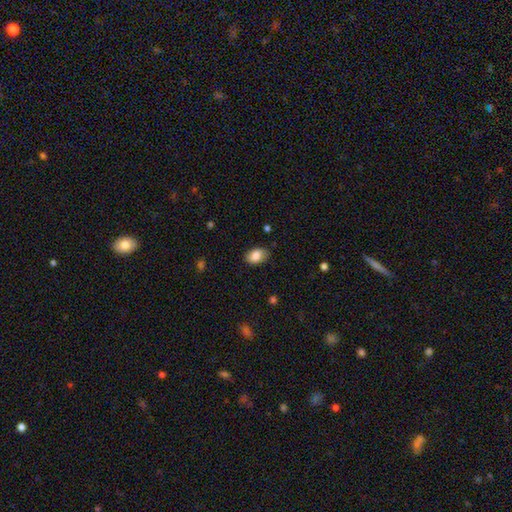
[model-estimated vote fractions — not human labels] Smooth or featured?
  - smooth: 84% *
  - featured or disk: 9%
  - star or artifact: 7%
How rounded?
  - in between: 87% *
  - round: 12%
  - cigar-shaped: 1%
Merging?
  - none: 83% *
  - minor disturbance: 13%
  - major disturbance: 3%
  - merger: 1%